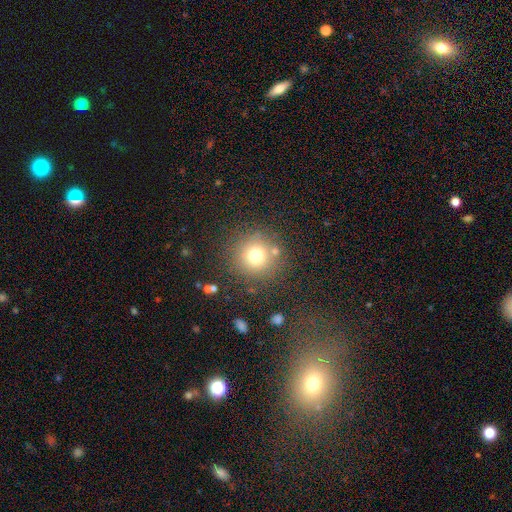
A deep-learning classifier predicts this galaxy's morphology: type=smooth (72%); roundness=round (94%); merging=none (81%).